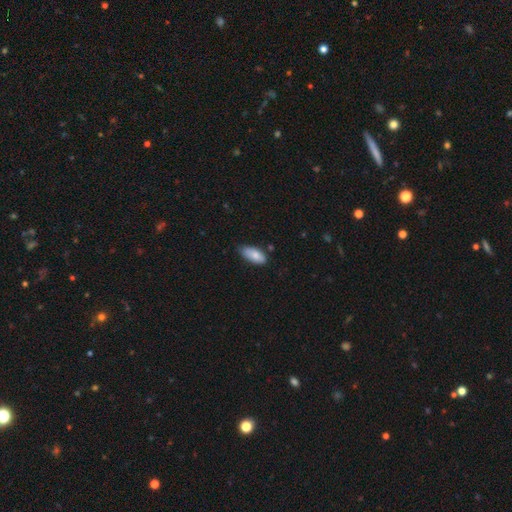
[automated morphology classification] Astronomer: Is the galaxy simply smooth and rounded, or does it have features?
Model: smooth — 83%.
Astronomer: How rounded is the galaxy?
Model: in between — 88%.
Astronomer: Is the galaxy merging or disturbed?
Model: none — 70%.